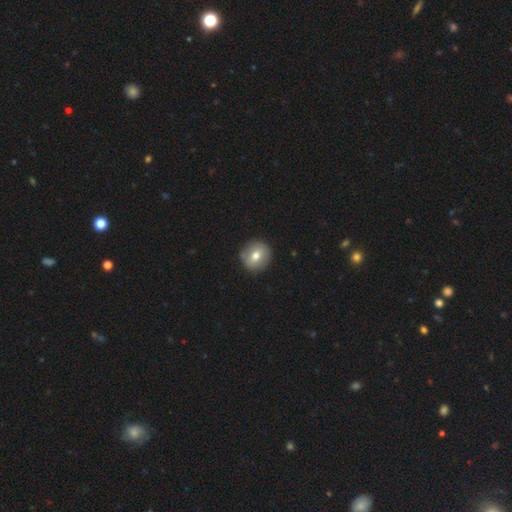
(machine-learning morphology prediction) Q: Smooth or featured?
A: smooth (69%); runner-up: featured or disk (24%)
Q: How rounded?
A: round (91%); runner-up: in between (8%)
Q: Merging?
A: none (88%); runner-up: minor disturbance (9%)